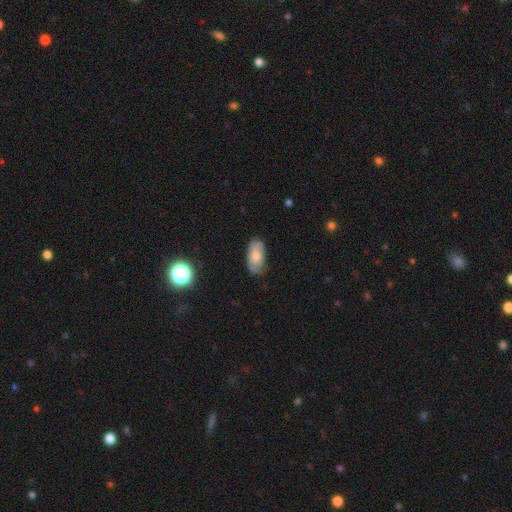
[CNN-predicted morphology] Smooth or featured?
  - smooth: 73% *
  - featured or disk: 19%
  - star or artifact: 7%
How rounded?
  - in between: 93% *
  - cigar-shaped: 4%
  - round: 3%
Merging?
  - none: 76% *
  - minor disturbance: 19%
  - major disturbance: 4%
  - merger: 1%